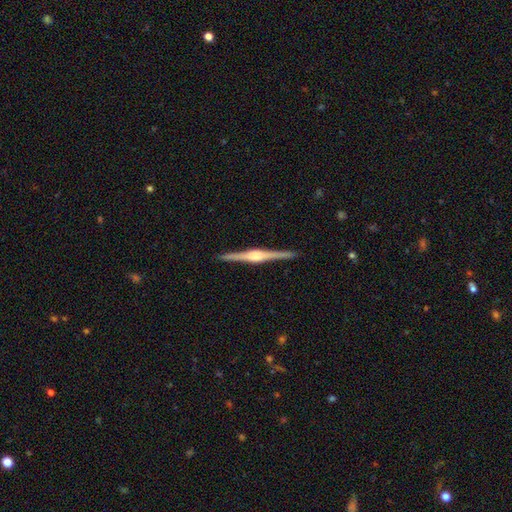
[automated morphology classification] A featured or disk galaxy (86%) viewed edge-on (99%) with a rounded central bulge (72%).

Vote fractions:
- Smooth or featured? featured or disk: 86% / smooth: 9% / star or artifact: 5%
- Edge-on disk? yes: 99% / no: 1%
- Edge-on bulge? rounded: 72% / boxy: 24% / none: 4%
- Merging? none: 91% / minor disturbance: 6% / major disturbance: 1% / merger: 1%